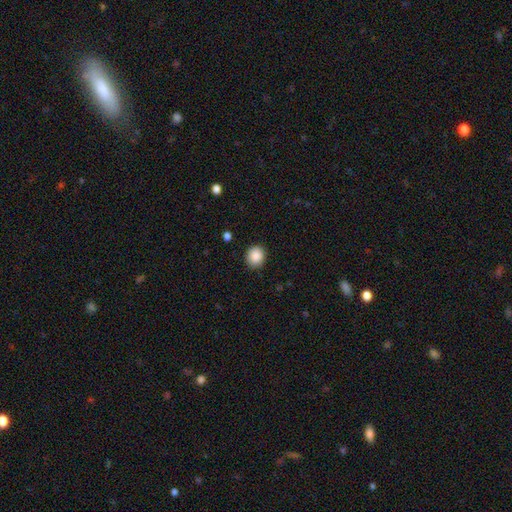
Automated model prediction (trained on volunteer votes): Smooth or featured?
  - smooth: 88% *
  - star or artifact: 9%
  - featured or disk: 3%
How rounded?
  - round: 78% *
  - in between: 21%
  - cigar-shaped: 1%
Merging?
  - none: 88% *
  - minor disturbance: 9%
  - major disturbance: 2%
  - merger: 1%